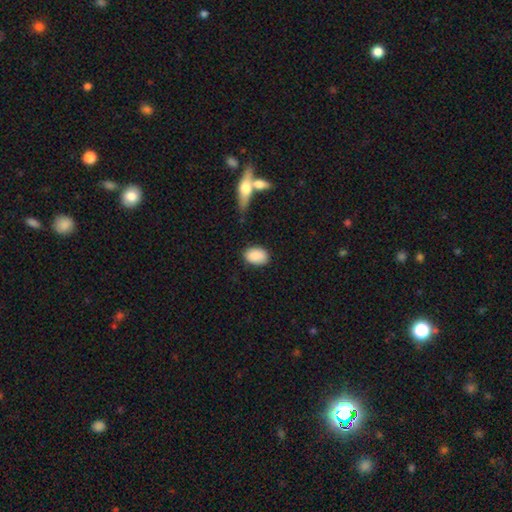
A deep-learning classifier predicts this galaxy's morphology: Smooth or featured? Predicted: smooth (p=0.89). How rounded? Predicted: in between (p=0.87). Merging? Predicted: none (p=0.79).